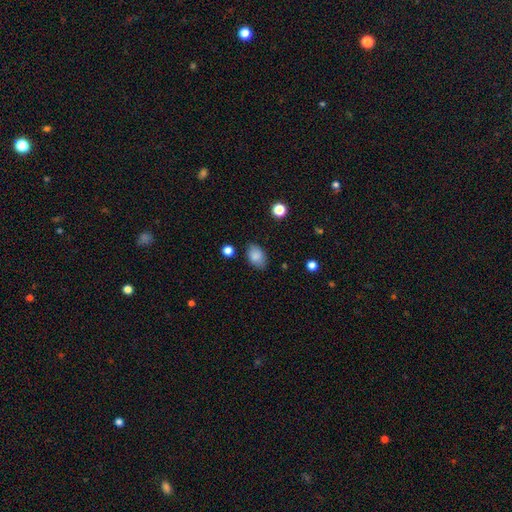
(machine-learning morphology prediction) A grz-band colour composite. It shows a smooth galaxy with no disk features (86%) that is in between round and cigar-shaped (83%). Merging: none (80%).